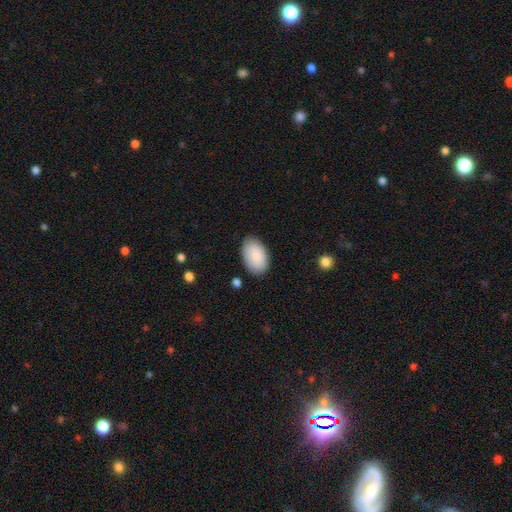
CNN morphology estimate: Smooth or featured?
  - smooth: 88% *
  - featured or disk: 6%
  - star or artifact: 6%
How rounded?
  - in between: 94% *
  - round: 5%
  - cigar-shaped: 1%
Merging?
  - none: 84% *
  - minor disturbance: 12%
  - major disturbance: 3%
  - merger: 1%